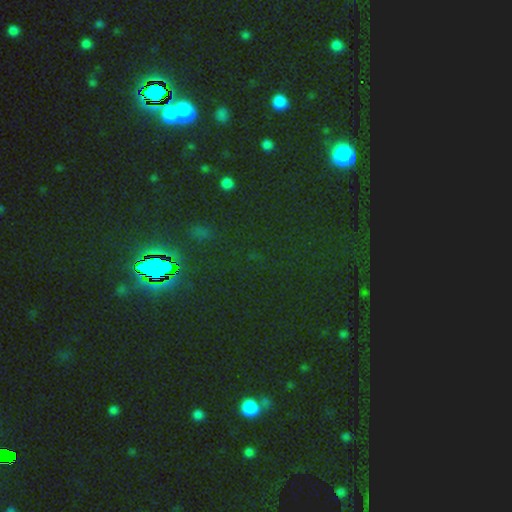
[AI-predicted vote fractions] This is likely a star or artifact rather than a galaxy (78%).